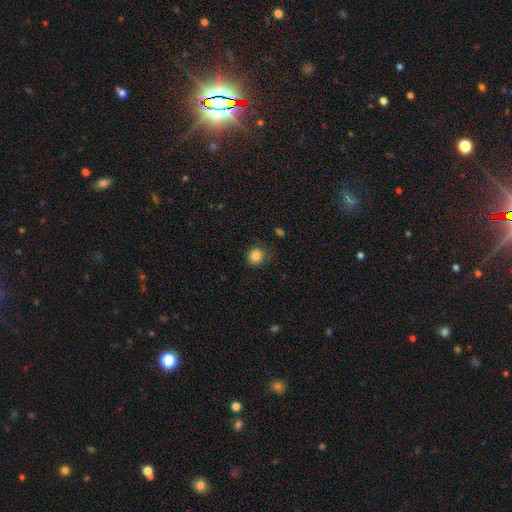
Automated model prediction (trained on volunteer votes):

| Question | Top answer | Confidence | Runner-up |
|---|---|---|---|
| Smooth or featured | smooth | 84% | star or artifact (11%) |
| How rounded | round | 88% | in between (11%) |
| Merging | none | 81% | minor disturbance (14%) |